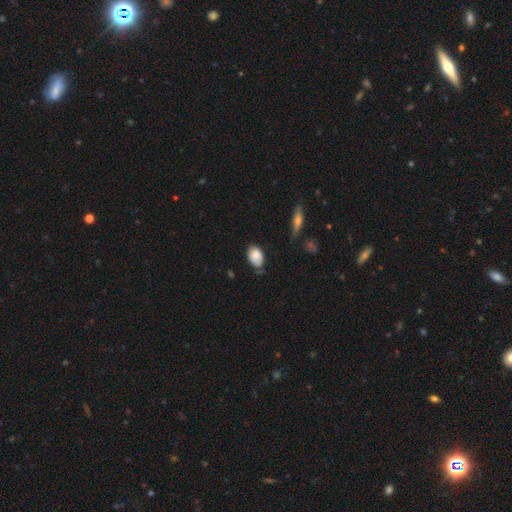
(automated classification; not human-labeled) Smooth or featured? smooth (79%)
How rounded? in between (86%)
Merging? none (56%)